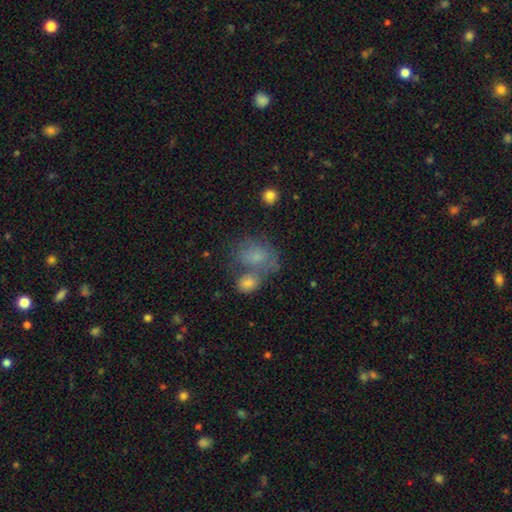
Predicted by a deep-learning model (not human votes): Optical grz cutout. It shows a smooth galaxy with no disk features (69%) that is in between round and cigar-shaped (61%). Merging: merger (45%).